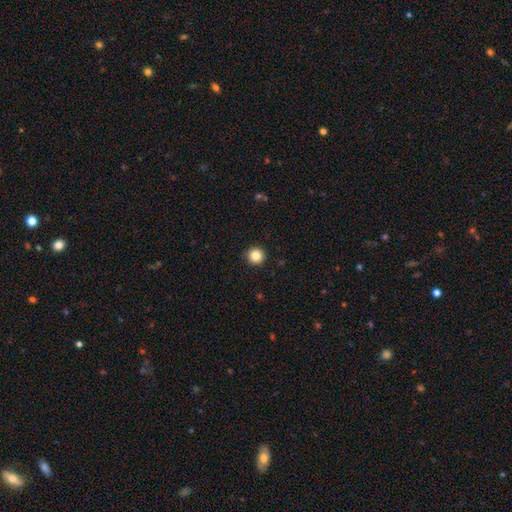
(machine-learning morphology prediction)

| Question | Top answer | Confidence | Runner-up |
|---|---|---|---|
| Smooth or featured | smooth | 85% | star or artifact (10%) |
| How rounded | round | 96% | in between (3%) |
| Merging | none | 93% | minor disturbance (4%) |